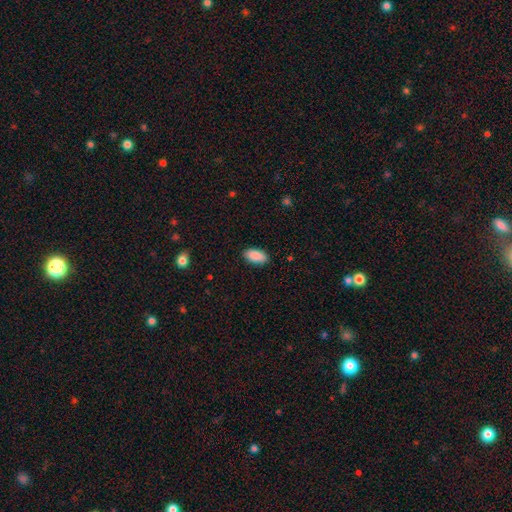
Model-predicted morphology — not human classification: A smooth galaxy with no disk features (90%) that is in between round and cigar-shaped (94%). Merging: none (88%).